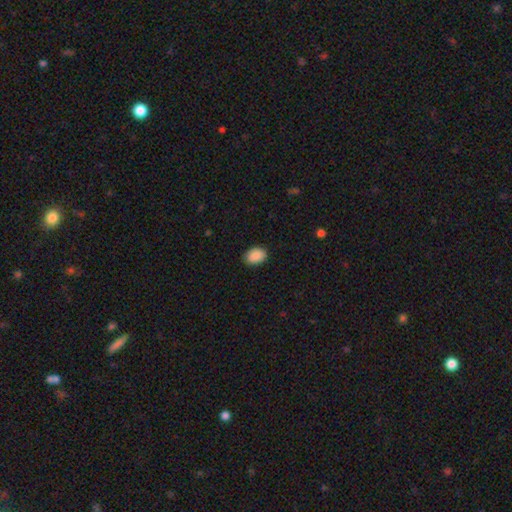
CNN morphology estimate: A smooth galaxy with no disk features (90%) that is in between round and cigar-shaped (85%).

Vote fractions:
- Smooth or featured? smooth: 90% / star or artifact: 7% / featured or disk: 3%
- How rounded? in between: 85% / round: 14% / cigar-shaped: 1%
- Merging? none: 87% / minor disturbance: 10% / major disturbance: 2% / merger: 1%